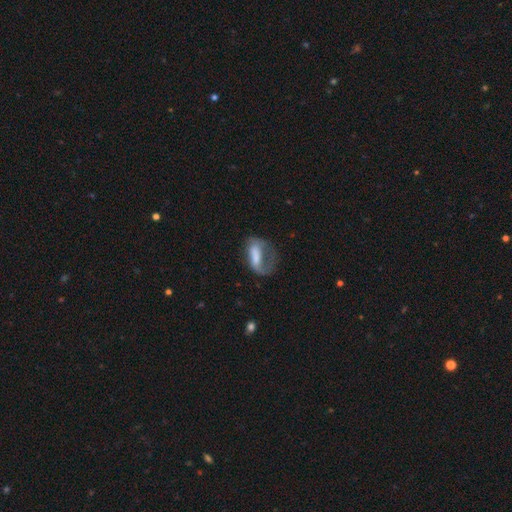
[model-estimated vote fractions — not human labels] Smooth or featured? Predicted: smooth (p=0.47). Merging? Predicted: major disturbance (p=0.52).